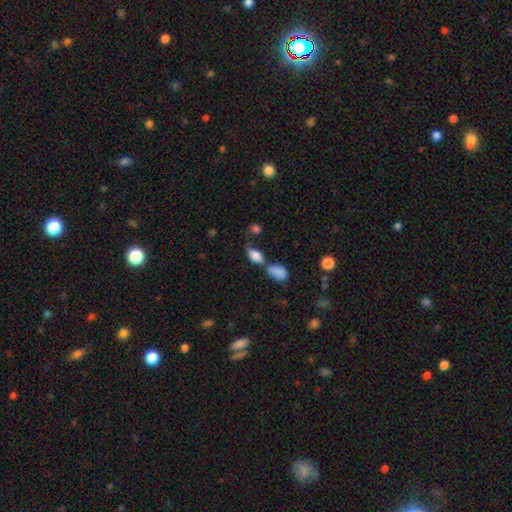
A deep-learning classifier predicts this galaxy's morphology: Smooth or featured? smooth (78%)
How rounded? in between (87%)
Merging? merger (41%)